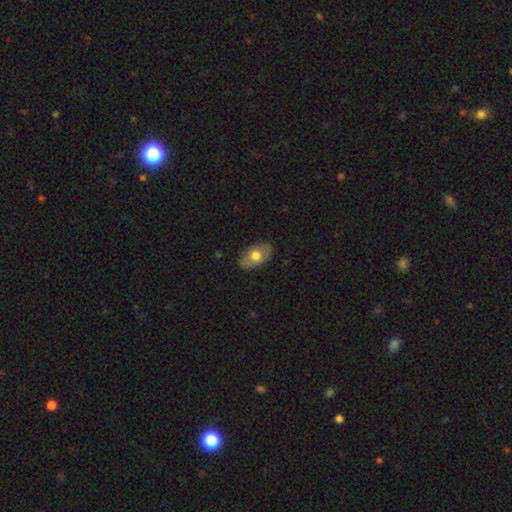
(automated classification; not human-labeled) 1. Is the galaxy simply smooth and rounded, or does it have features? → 62% smooth, 32% featured or disk, 6% star or artifact.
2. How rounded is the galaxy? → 90% in between, 9% round, 2% cigar-shaped.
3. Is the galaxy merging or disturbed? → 82% none, 14% minor disturbance, 3% major disturbance, 1% merger.